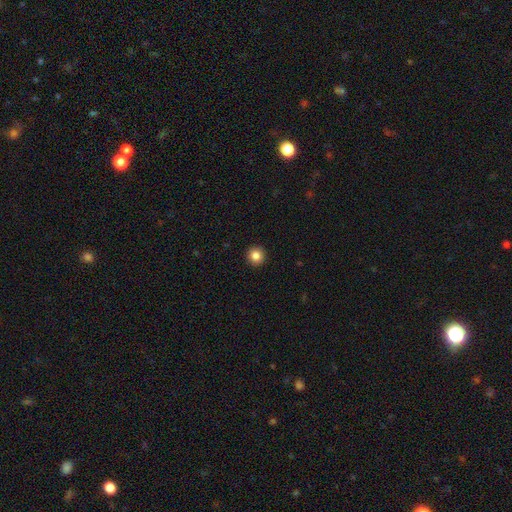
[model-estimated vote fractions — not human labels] smooth-or-featured: smooth: 85% | star or artifact: 10% | featured or disk: 5%
  how-rounded: round: 95% | in between: 4% | cigar-shaped: 1%
  merging: none: 94% | minor disturbance: 4% | major disturbance: 1% | merger: 1%